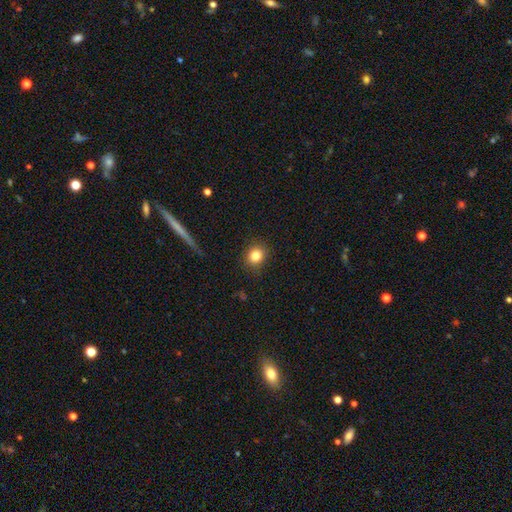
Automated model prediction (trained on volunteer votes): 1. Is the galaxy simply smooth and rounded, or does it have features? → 82% smooth, 11% star or artifact, 7% featured or disk.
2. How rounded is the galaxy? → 78% round, 21% in between, 1% cigar-shaped.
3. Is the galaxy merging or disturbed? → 87% none, 9% minor disturbance, 3% major disturbance, 1% merger.